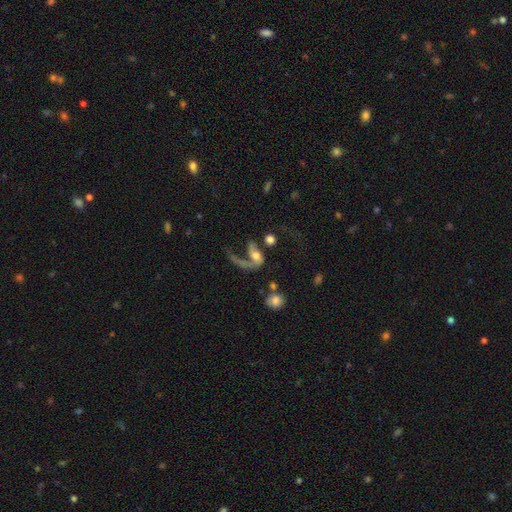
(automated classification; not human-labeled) Smooth or featured? featured or disk (63%)
Edge-on disk? no (95%)
Bar? no (63%)
Spiral arms? yes (78%)
Bulge size? moderate (51%)
Merging? major disturbance (49%)